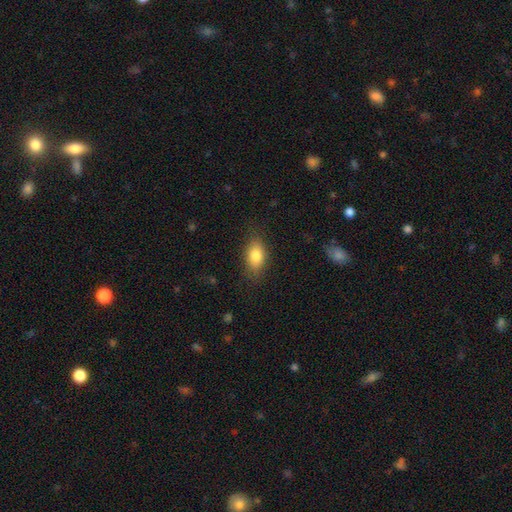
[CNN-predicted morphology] Overall: smooth (81%). How rounded: in between (86%). Merging: none (80%).